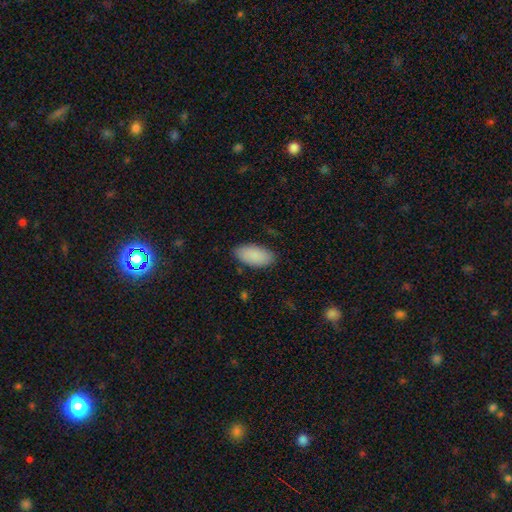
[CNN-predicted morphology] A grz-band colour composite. It shows a smooth galaxy with no disk features (89%) that is in between round and cigar-shaped (94%). Merging: none (85%).